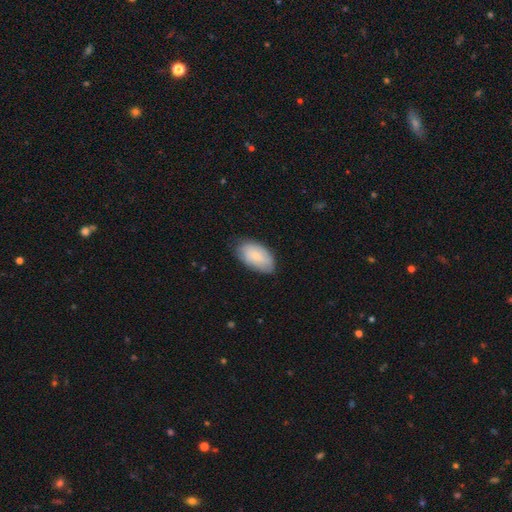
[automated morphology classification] A smooth galaxy with no disk features (74%) that is in between round and cigar-shaped (94%).

Vote fractions:
- Smooth or featured? smooth: 74% / featured or disk: 20% / star or artifact: 6%
- How rounded? in between: 94% / round: 4% / cigar-shaped: 2%
- Merging? none: 77% / minor disturbance: 19% / major disturbance: 4% / merger: 1%